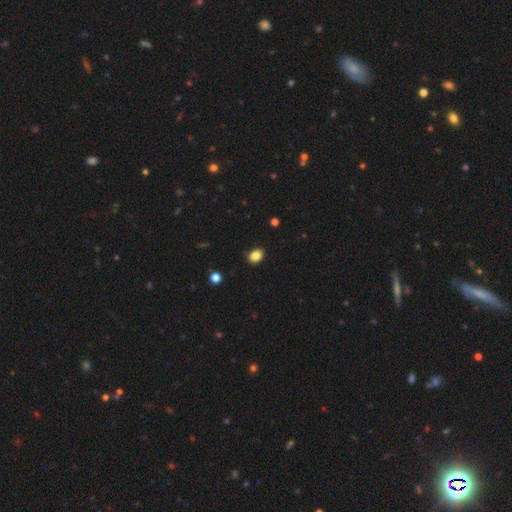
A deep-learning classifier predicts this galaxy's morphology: Smooth or featured?
  - smooth: 86% *
  - star or artifact: 10%
  - featured or disk: 4%
How rounded?
  - in between: 65% *
  - round: 34%
  - cigar-shaped: 1%
Merging?
  - none: 88% *
  - minor disturbance: 9%
  - major disturbance: 2%
  - merger: 1%